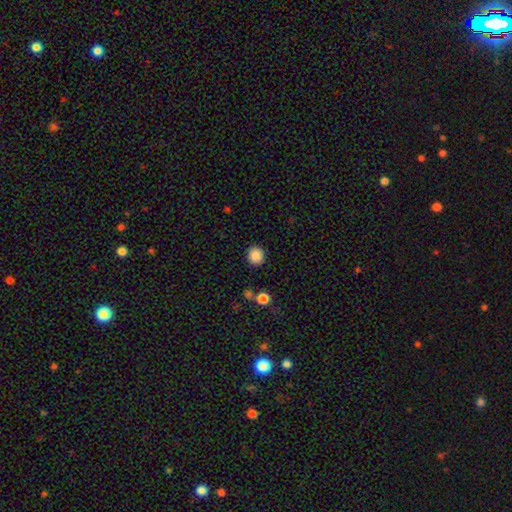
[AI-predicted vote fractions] This is clearly a smooth galaxy (87%). How rounded: clearly round (89%). Merging: clearly none (91%).